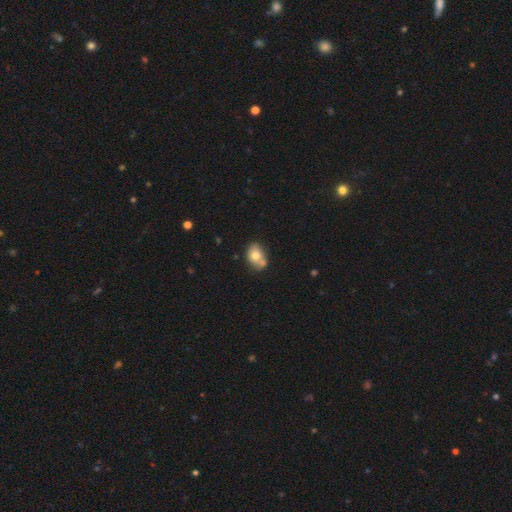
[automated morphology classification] Overall: smooth (72%). How rounded: in between (72%). Merging: none (50%; merger 26%).